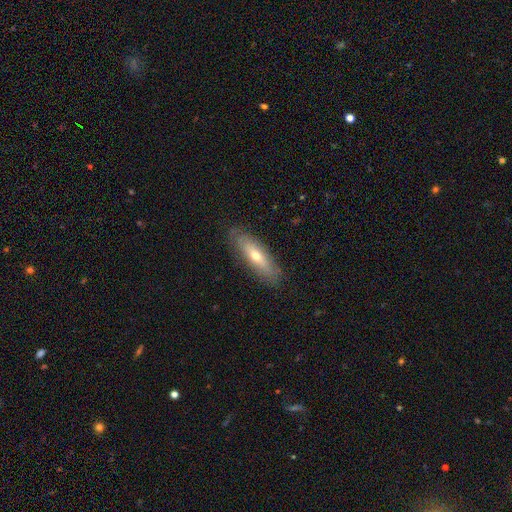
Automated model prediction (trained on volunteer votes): A smooth galaxy with no disk features (53%) that is cigar-shaped (56%).

Vote fractions:
- Smooth or featured? smooth: 53% / featured or disk: 40% / star or artifact: 7%
- How rounded? cigar-shaped: 56% / in between: 41% / round: 2%
- Merging? none: 85% / minor disturbance: 11% / major disturbance: 3% / merger: 1%